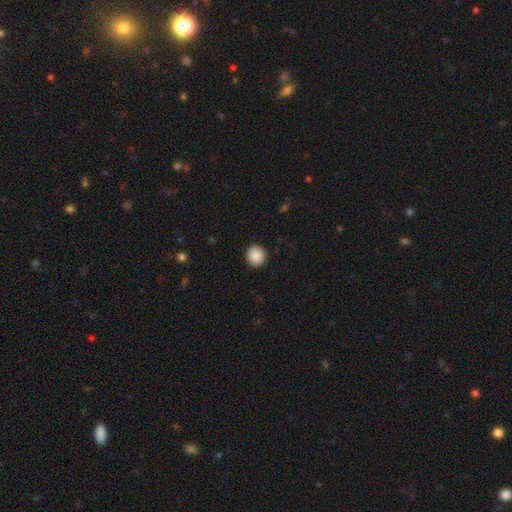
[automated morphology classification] Smooth or featured: smooth — 89% (star or artifact — 8%)
How rounded: round — 86% (in between — 13%)
Merging: none — 90% (minor disturbance — 7%)